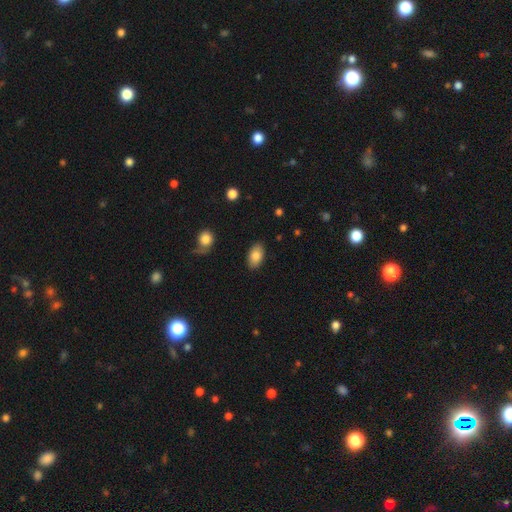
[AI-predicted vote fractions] A smooth galaxy with no disk features (83%) that is in between round and cigar-shaped (93%).

Vote fractions:
- Smooth or featured? smooth: 83% / featured or disk: 10% / star or artifact: 7%
- How rounded? in between: 93% / round: 5% / cigar-shaped: 2%
- Merging? none: 87% / minor disturbance: 10% / major disturbance: 2% / merger: 1%